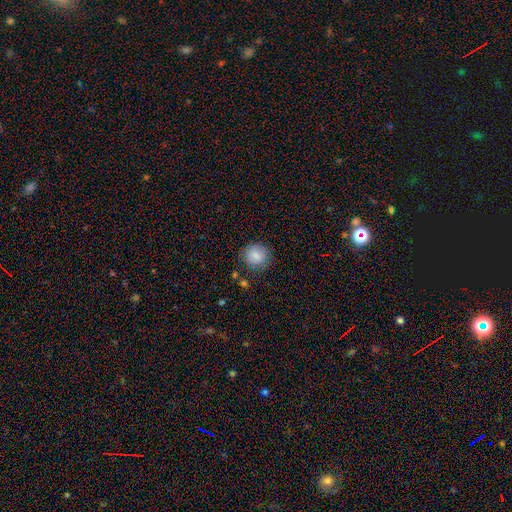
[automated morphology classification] A smooth galaxy with no disk features (83%) that is round (87%). Merging: none (82%).